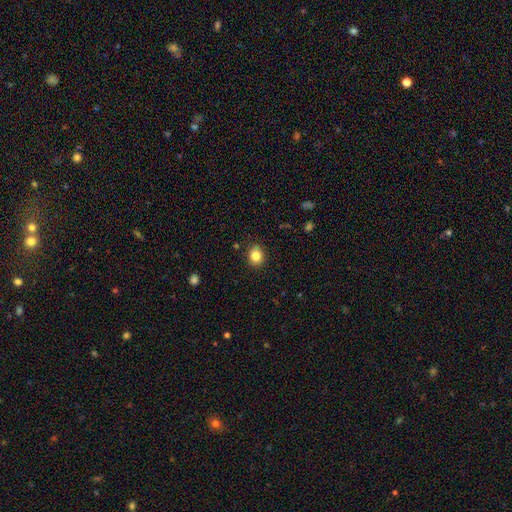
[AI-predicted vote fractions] Q: Smooth or featured?
A: smooth (84%); runner-up: star or artifact (10%)
Q: How rounded?
A: round (57%); runner-up: in between (43%)
Q: Merging?
A: none (89%); runner-up: minor disturbance (8%)